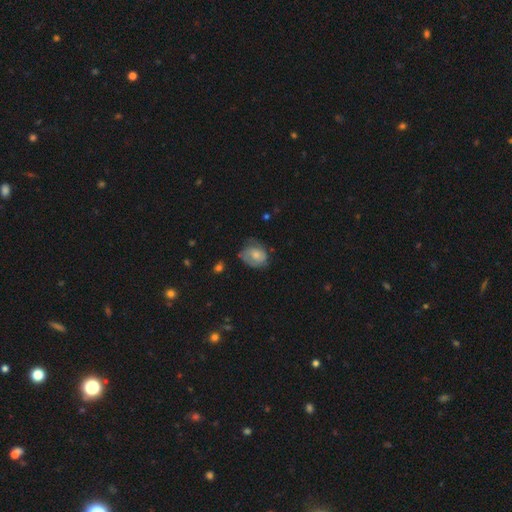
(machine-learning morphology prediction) A smooth galaxy with no disk features (55%) that is in between round and cigar-shaped (51%).

Vote fractions:
- Smooth or featured? smooth: 55% / featured or disk: 37% / star or artifact: 8%
- How rounded? in between: 51% / round: 48% / cigar-shaped: 1%
- Merging? none: 47% / minor disturbance: 34% / major disturbance: 17% / merger: 2%